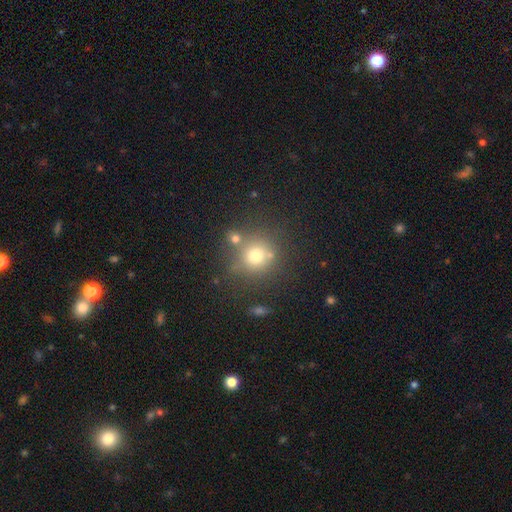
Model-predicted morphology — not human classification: smooth_or_featured: smooth (p=0.71) [alt: star or artifact p=0.17]
how_rounded: round (p=0.89) [alt: in between p=0.10]
merging: none (p=0.68) [alt: merger p=0.17]